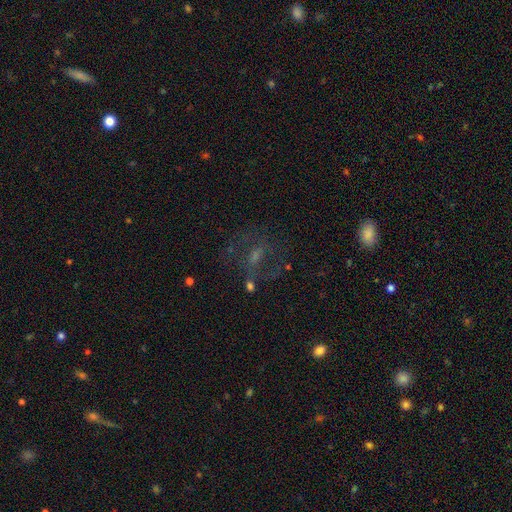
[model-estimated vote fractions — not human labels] This is possibly a featured or disk galaxy (49%). Merging: possibly none (57%).